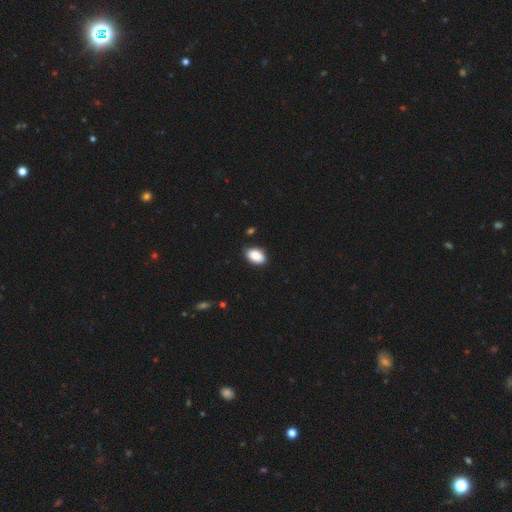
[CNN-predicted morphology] This is clearly a smooth galaxy (89%). How rounded: clearly in between (92%). Merging: clearly none (84%).